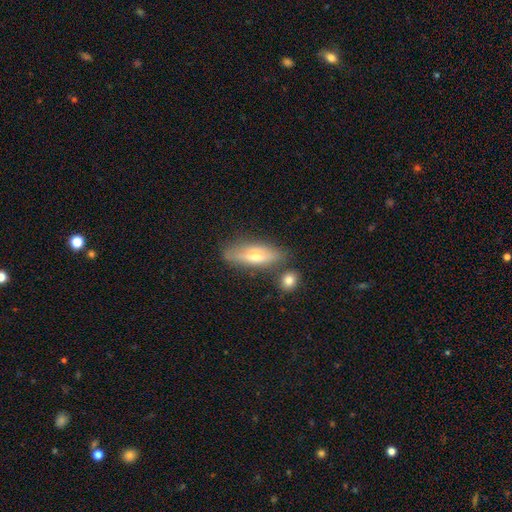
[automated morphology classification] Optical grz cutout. It shows a smooth galaxy with no disk features (49%). Merging: none (70%).